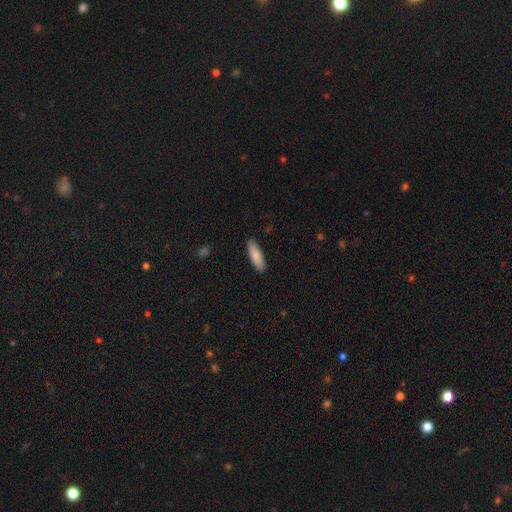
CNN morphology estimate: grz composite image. It shows a smooth galaxy with no disk features (82%) that is in between round and cigar-shaped (49%, tied with cigar-shaped). Merging: none (88%).